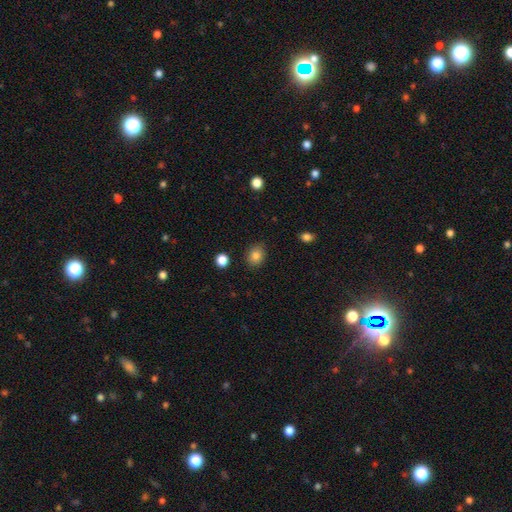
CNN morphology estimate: Smooth or featured? Predicted: smooth (p=0.84). How rounded? Predicted: round (p=0.54). Merging? Predicted: none (p=0.87).